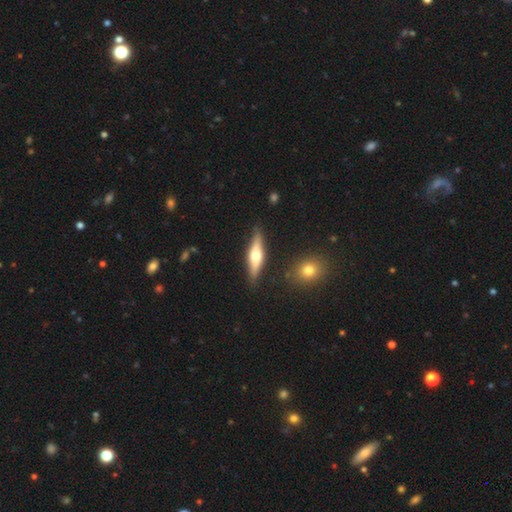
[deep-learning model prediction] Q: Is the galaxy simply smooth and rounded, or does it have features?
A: featured or disk — 59%.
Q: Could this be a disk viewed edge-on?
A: yes — 94%.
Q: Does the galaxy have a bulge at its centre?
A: rounded — 92%.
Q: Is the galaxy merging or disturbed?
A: none — 86%.